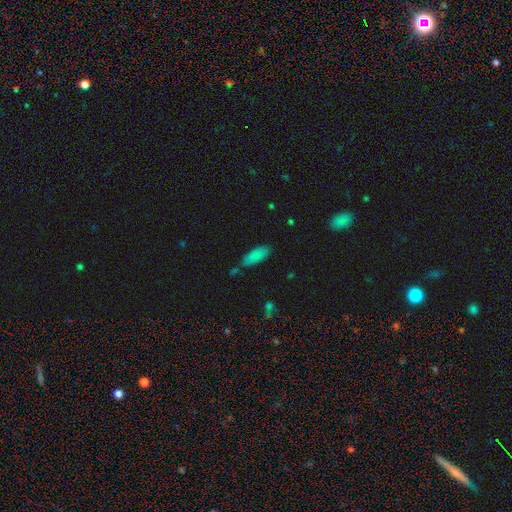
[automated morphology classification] type=smooth (85%); roundness=in between (74%); merging=none (68%).